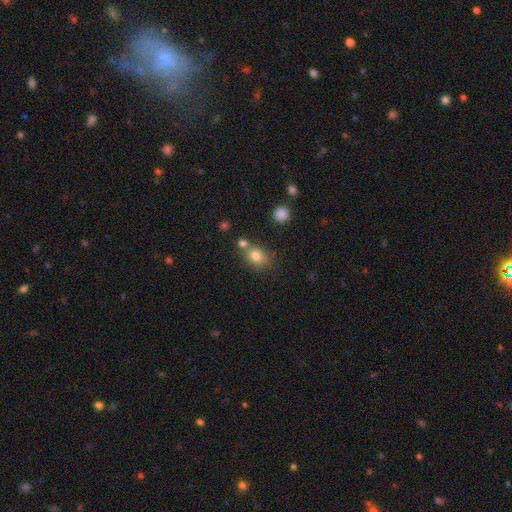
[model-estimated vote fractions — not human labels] Q: Smooth or featured?
A: smooth (79%); runner-up: star or artifact (11%)
Q: How rounded?
A: in between (59%); runner-up: round (39%)
Q: Merging?
A: none (57%); runner-up: merger (25%)